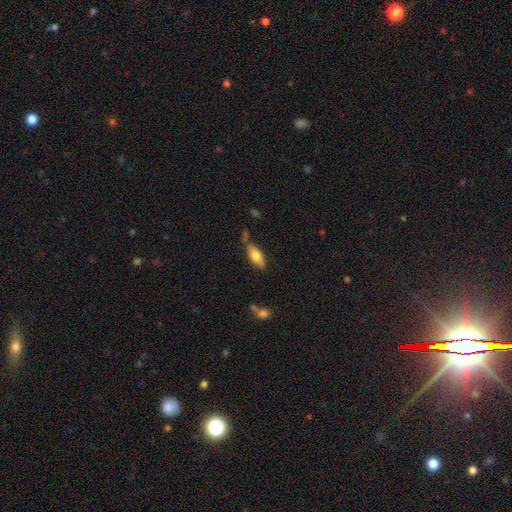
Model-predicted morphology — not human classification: Smooth or featured? smooth (68%)
How rounded? in between (75%)
Merging? none (66%)